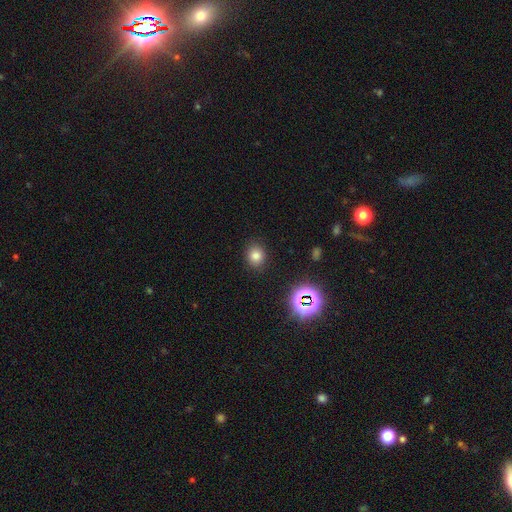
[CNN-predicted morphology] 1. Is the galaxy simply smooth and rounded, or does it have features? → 77% smooth, 17% star or artifact, 7% featured or disk.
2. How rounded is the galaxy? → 70% round, 29% in between, 1% cigar-shaped.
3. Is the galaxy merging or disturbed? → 88% none, 8% minor disturbance, 3% major disturbance, 1% merger.